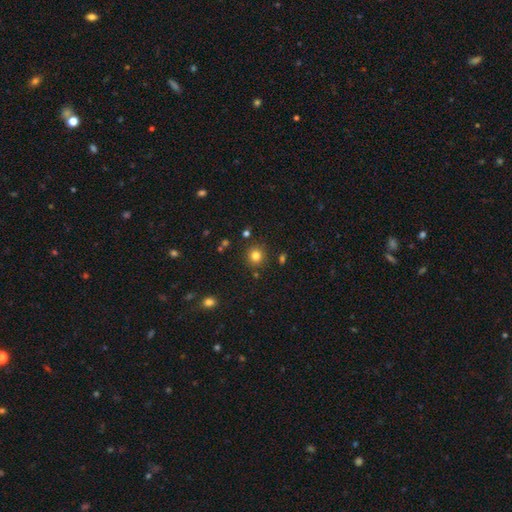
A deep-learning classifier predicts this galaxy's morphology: This appears to be a smooth galaxy with no disk features (80%) that is round (92%). Merging: none (87%).